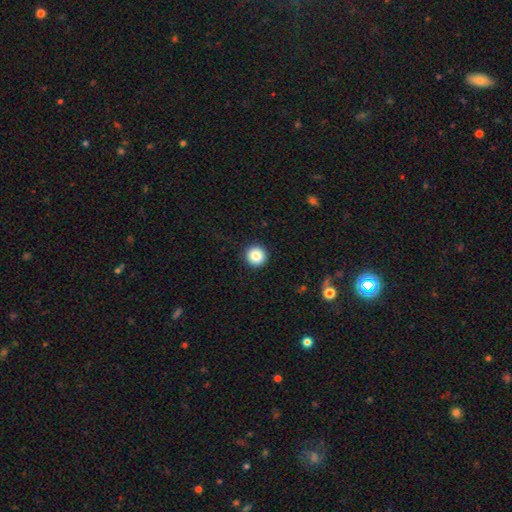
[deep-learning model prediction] smooth_or_featured: smooth (p=0.87) [alt: star or artifact p=0.09]
how_rounded: round (p=0.96) [alt: in between p=0.03]
merging: none (p=0.93) [alt: minor disturbance p=0.05]